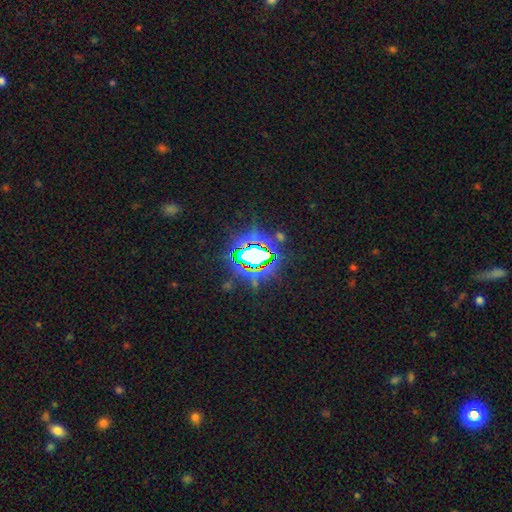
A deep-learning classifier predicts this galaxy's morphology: This is likely a star or artifact rather than a galaxy (80%).